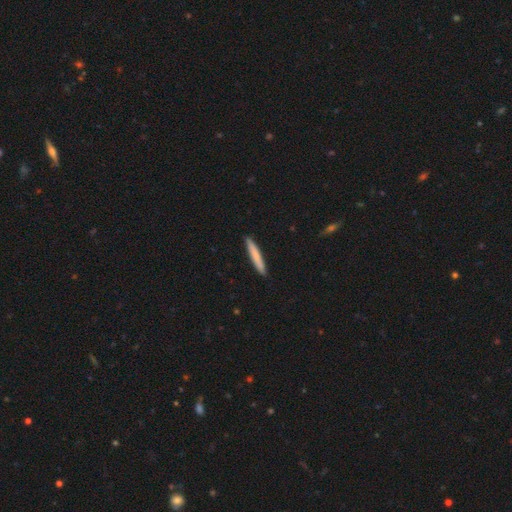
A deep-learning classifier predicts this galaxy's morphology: Smooth or featured? smooth (77%)
How rounded? cigar-shaped (96%)
Merging? none (92%)